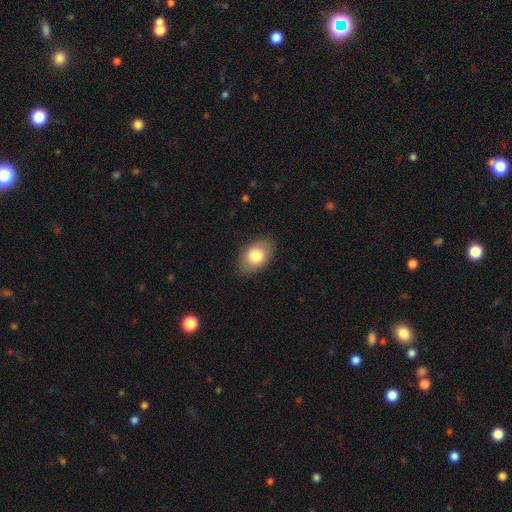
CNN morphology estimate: A smooth galaxy with no disk features (79%) that is in between round and cigar-shaped (87%).

Vote fractions:
- Smooth or featured? smooth: 79% / featured or disk: 14% / star or artifact: 7%
- How rounded? in between: 87% / round: 11% / cigar-shaped: 1%
- Merging? none: 85% / minor disturbance: 11% / major disturbance: 3% / merger: 1%